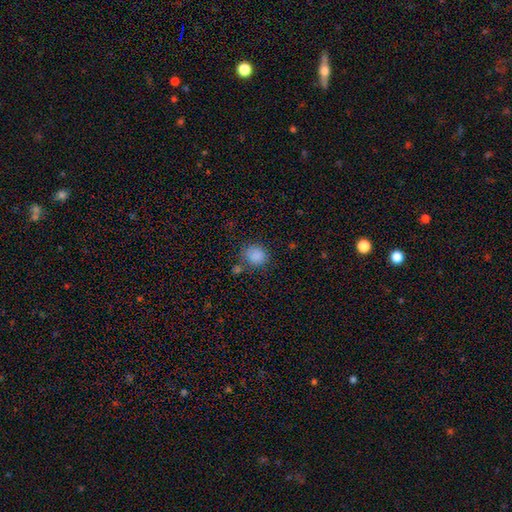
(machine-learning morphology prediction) The model was most divided on "how rounded": round: 76%, in between: 23%, cigar-shaped: 1%. More confident: smooth or featured — smooth (85%); merging — none (72%).